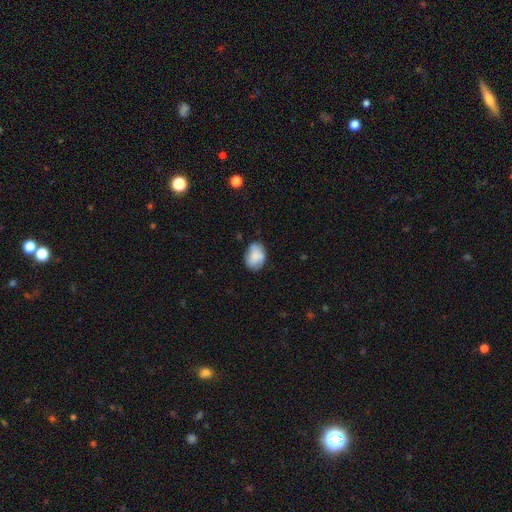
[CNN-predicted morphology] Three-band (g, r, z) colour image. It shows a smooth galaxy with no disk features (74%) that is in between round and cigar-shaped (73%). Merging: none (63%).